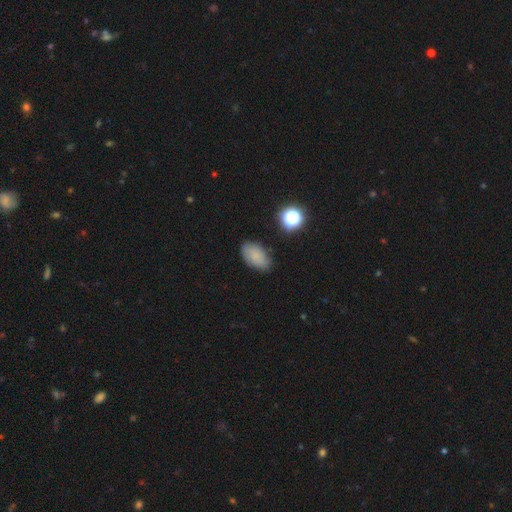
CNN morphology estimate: Smooth or featured? smooth (77%)
How rounded? in between (91%)
Merging? none (76%)